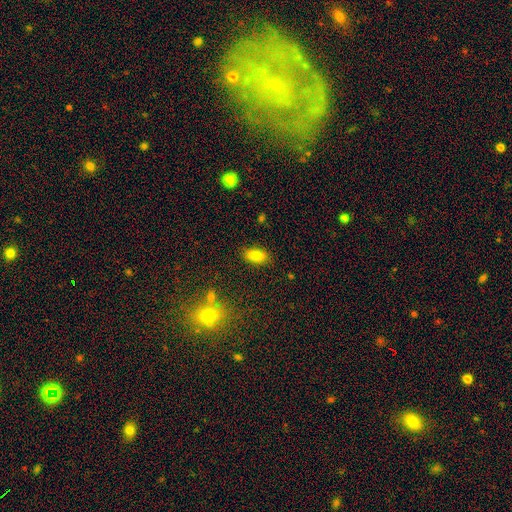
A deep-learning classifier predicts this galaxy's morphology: type=smooth (84%); roundness=in between (89%); merging=none (86%).